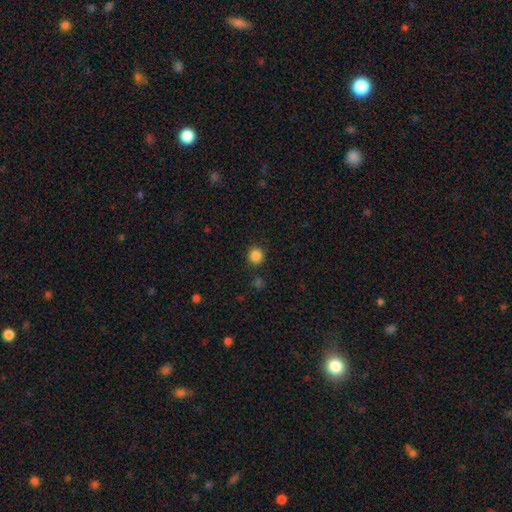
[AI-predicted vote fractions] Morphology: type=smooth (85%); roundness=round (93%); merging=none (89%).